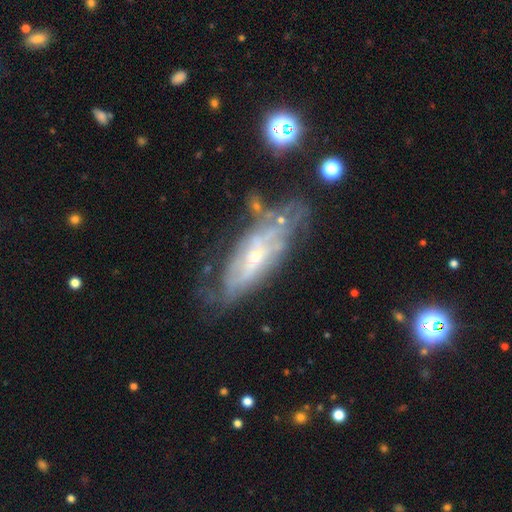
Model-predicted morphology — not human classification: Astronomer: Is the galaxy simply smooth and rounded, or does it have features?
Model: featured or disk — 71%.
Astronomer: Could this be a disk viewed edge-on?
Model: no — 76%.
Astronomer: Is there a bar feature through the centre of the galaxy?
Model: no — 64%.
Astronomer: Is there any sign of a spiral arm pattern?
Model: yes — 60% (runner-up: no, 40%).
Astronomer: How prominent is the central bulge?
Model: small — 65%.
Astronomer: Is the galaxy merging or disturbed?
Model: none — 49% (runner-up: minor disturbance, 27%).